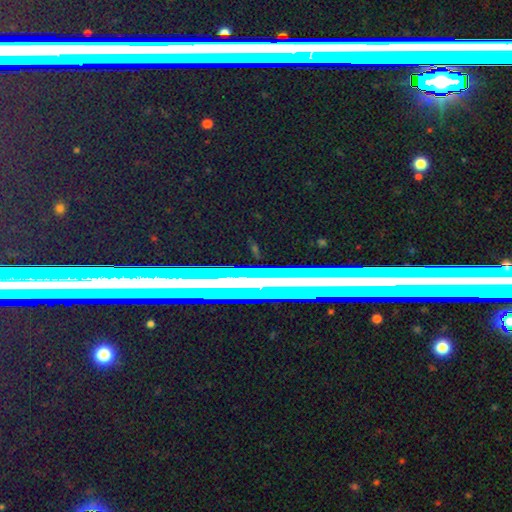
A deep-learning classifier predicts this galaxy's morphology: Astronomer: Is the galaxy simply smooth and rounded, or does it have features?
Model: star or artifact — 61%.